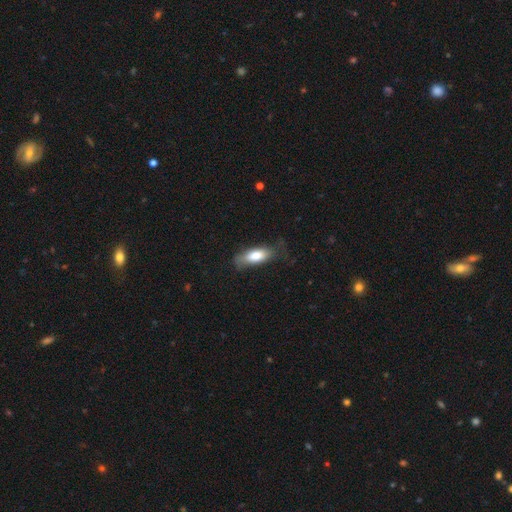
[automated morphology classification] A smooth galaxy with no disk features (75%) that is in between round and cigar-shaped (74%). Merging: none (59%).